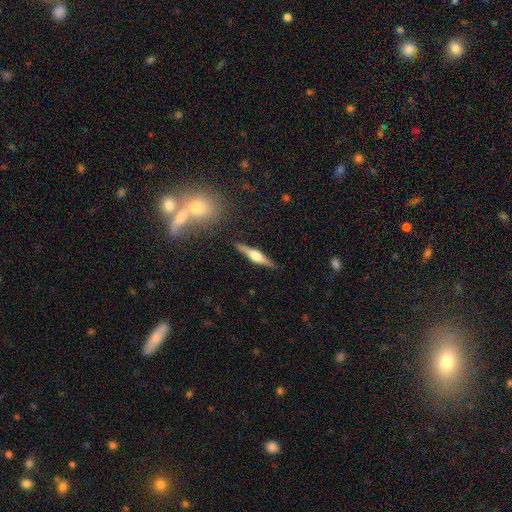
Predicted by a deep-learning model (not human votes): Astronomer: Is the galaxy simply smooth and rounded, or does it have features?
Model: featured or disk — 71%.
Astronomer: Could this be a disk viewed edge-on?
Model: yes — 97%.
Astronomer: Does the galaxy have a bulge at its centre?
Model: rounded — 87%.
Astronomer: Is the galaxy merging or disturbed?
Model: none — 89%.